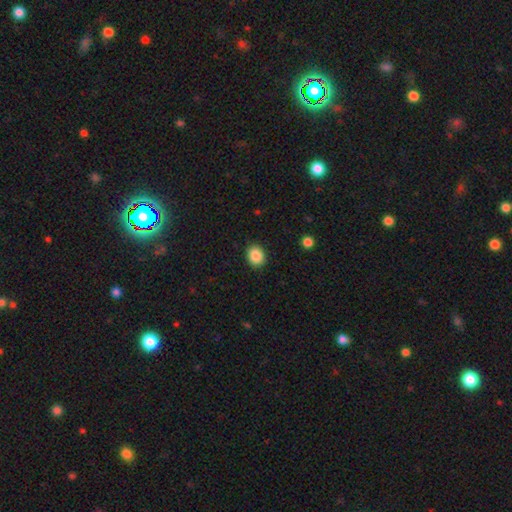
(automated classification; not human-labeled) Overall: smooth (87%). How rounded: round (59%; in between 40%). Merging: none (90%).